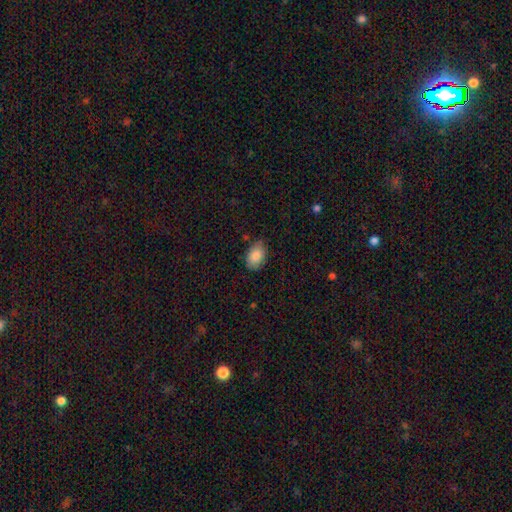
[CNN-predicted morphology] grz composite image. It shows a smooth galaxy with no disk features (87%) that is in between round and cigar-shaped (86%). Merging: none (80%).